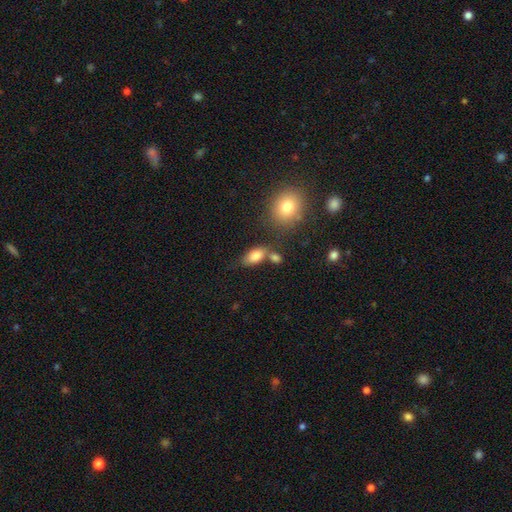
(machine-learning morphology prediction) The model was most divided on "merging": none: 56%, merger: 21%, minor disturbance: 17%, major disturbance: 7%. More confident: how rounded — in between (88%); smooth or featured — smooth (82%).